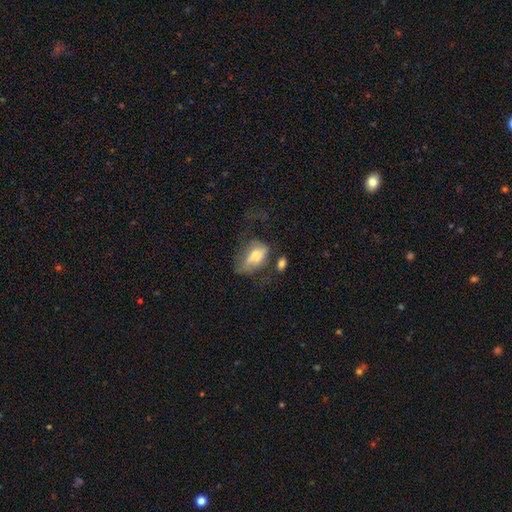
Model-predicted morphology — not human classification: Smooth or featured? Predicted: smooth (p=0.60). How rounded? Predicted: in between (p=0.86). Merging? Predicted: major disturbance (p=0.44).